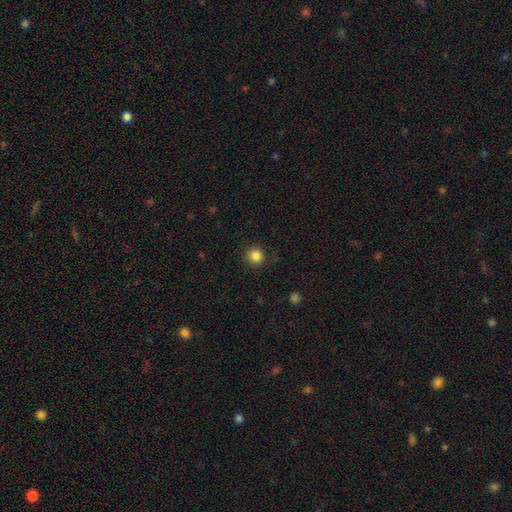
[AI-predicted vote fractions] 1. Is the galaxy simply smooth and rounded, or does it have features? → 84% smooth, 11% star or artifact, 4% featured or disk.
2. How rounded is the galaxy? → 93% round, 6% in between, 1% cigar-shaped.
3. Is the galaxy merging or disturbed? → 90% none, 6% minor disturbance, 2% major disturbance, 1% merger.